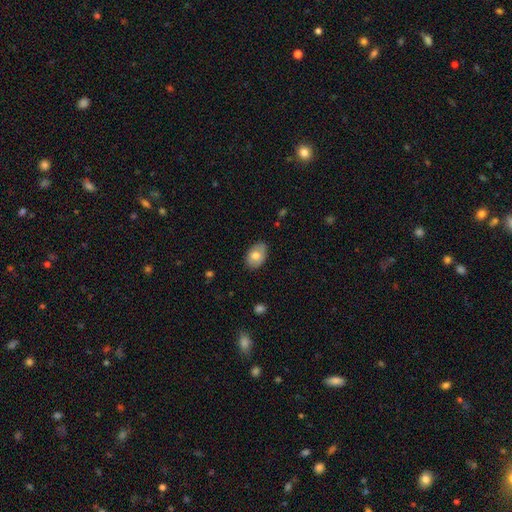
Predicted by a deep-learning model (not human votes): smooth_or_featured: smooth (p=0.72) [alt: featured or disk p=0.21]
how_rounded: in between (p=0.85) [alt: round p=0.14]
merging: none (p=0.79) [alt: minor disturbance p=0.17]